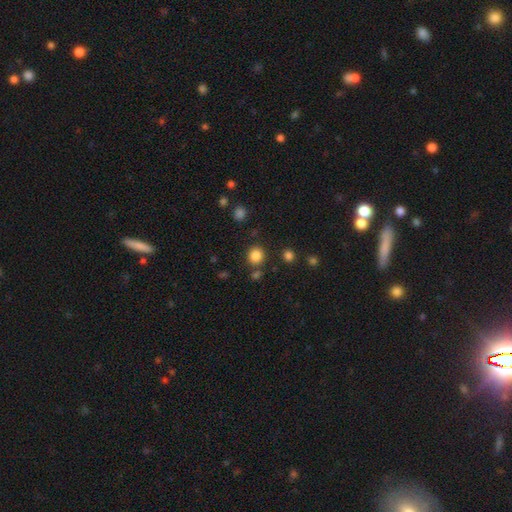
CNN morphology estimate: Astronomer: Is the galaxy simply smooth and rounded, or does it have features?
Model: smooth — 84%.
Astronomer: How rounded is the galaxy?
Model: round — 86%.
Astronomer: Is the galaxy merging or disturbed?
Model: none — 83%.